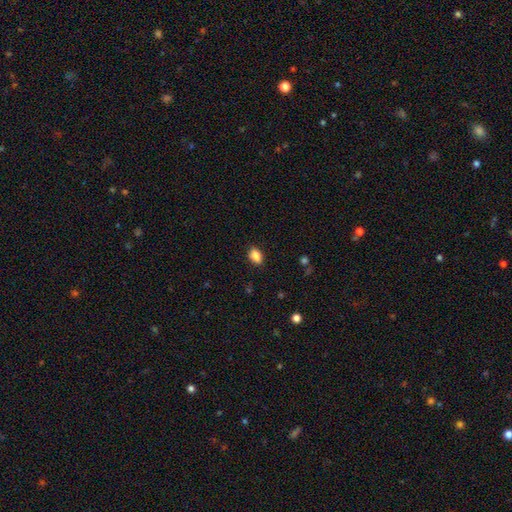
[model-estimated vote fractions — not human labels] smooth-or-featured: smooth: 87% | star or artifact: 9% | featured or disk: 5%
  how-rounded: in between: 86% | round: 12% | cigar-shaped: 2%
  merging: none: 87% | minor disturbance: 9% | major disturbance: 2% | merger: 1%